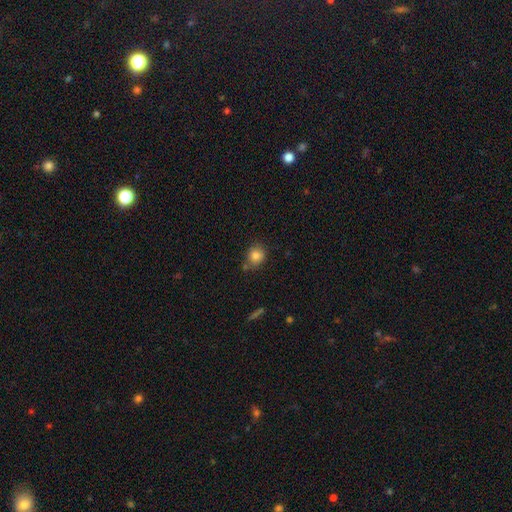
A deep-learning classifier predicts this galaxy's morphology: This appears to be a smooth galaxy with no disk features (82%) that is round (78%). Merging: none (70%).